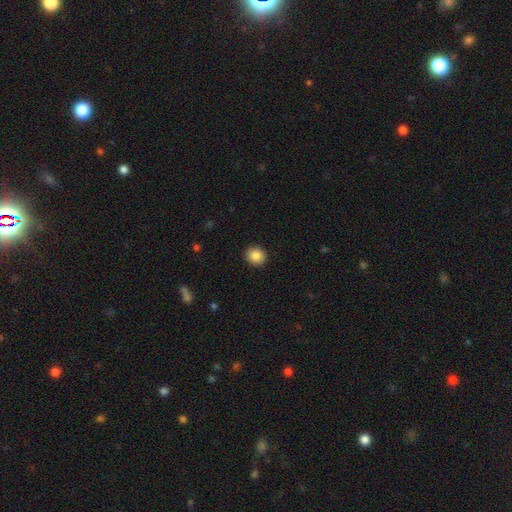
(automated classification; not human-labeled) smooth-or-featured: smooth: 87% | star or artifact: 9% | featured or disk: 5%
  how-rounded: round: 83% | in between: 16% | cigar-shaped: 1%
  merging: none: 92% | minor disturbance: 5% | major disturbance: 2% | merger: 1%